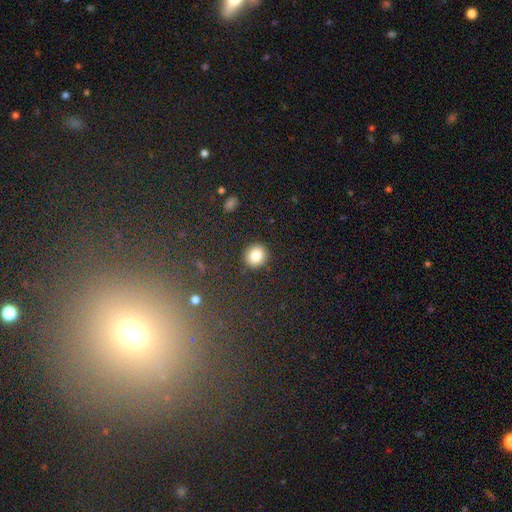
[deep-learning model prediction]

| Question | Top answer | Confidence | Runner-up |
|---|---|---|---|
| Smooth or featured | smooth | 83% | star or artifact (10%) |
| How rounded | round | 87% | in between (12%) |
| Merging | none | 90% | minor disturbance (6%) |